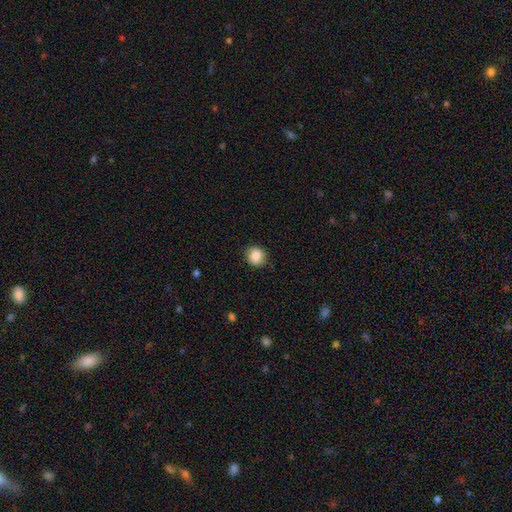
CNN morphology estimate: smooth_or_featured: smooth (p=0.86) [alt: star or artifact p=0.09]
how_rounded: round (p=0.81) [alt: in between p=0.18]
merging: none (p=0.87) [alt: minor disturbance p=0.10]